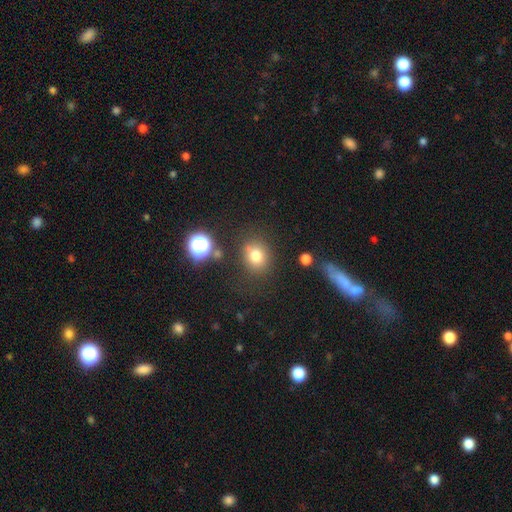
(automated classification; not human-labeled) smooth 75%, star or artifact 16%, featured or disk 9%. Down the decision tree: how rounded — round (75%); merging — none (78%).